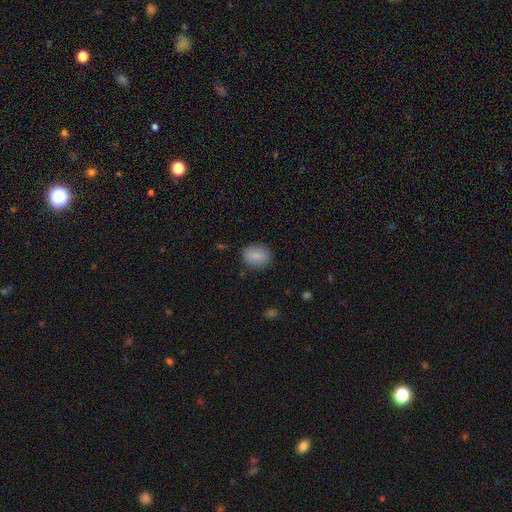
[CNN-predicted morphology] This appears to be a smooth galaxy with no disk features (86%) that is in between round and cigar-shaped (61%). Merging: none (84%).